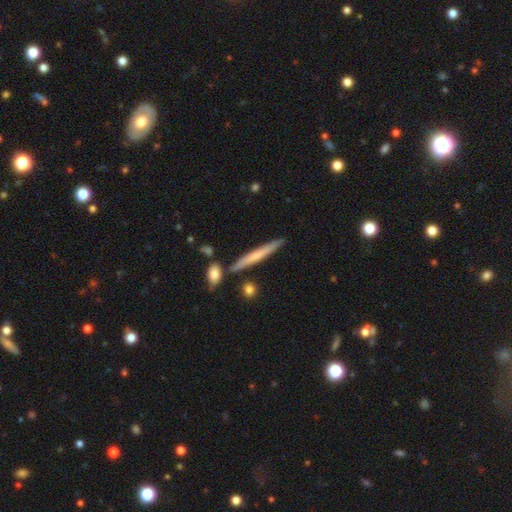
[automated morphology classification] This is possibly a smooth galaxy (53%). How rounded: clearly cigar-shaped (95%). Merging: clearly none (82%).